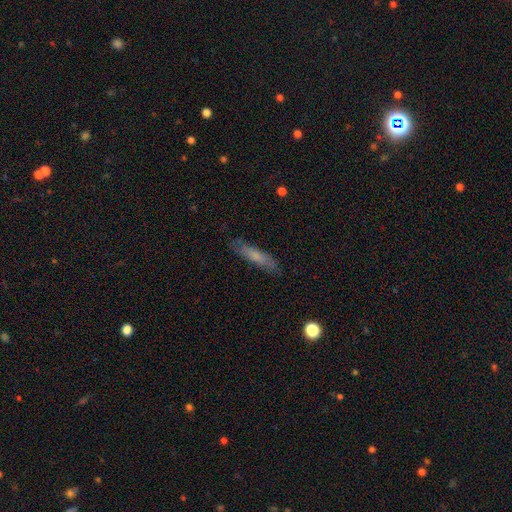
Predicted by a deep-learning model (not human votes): Q: Smooth or featured?
A: smooth (66%); runner-up: featured or disk (27%)
Q: How rounded?
A: cigar-shaped (80%); runner-up: in between (18%)
Q: Merging?
A: none (81%); runner-up: minor disturbance (14%)